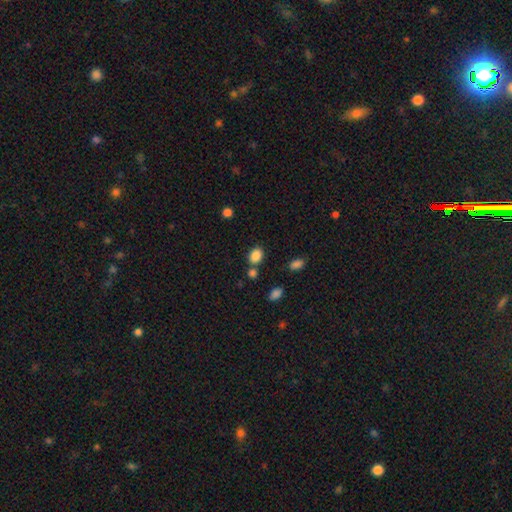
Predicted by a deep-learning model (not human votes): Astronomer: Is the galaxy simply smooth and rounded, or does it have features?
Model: smooth — 86%.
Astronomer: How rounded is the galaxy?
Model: in between — 62% (runner-up: round, 37%).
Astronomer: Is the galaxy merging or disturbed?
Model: none — 72%.